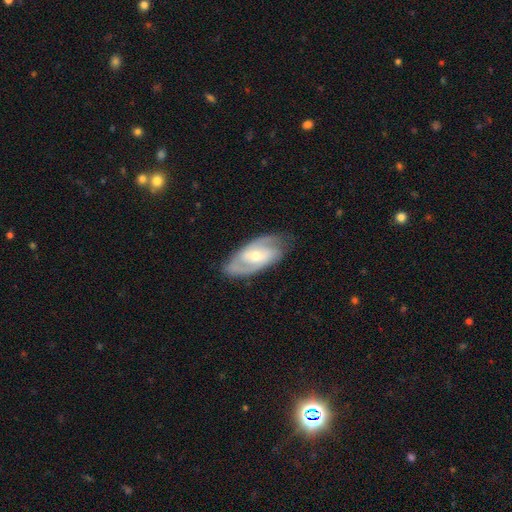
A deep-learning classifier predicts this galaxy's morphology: Q: Smooth or featured?
A: featured or disk (80%); runner-up: smooth (15%)
Q: Edge-on disk?
A: no (93%); runner-up: yes (7%)
Q: Bar?
A: no (50%); runner-up: weak (37%)
Q: Spiral arms?
A: yes (91%); runner-up: no (9%)
Q: Spiral winding?
A: medium (46%); runner-up: tight (40%)
Q: Spiral arm count?
A: 2 (76%); runner-up: can't tell (12%)
Q: Bulge size?
A: small (50%); runner-up: moderate (46%)
Q: Merging?
A: none (79%); runner-up: minor disturbance (15%)